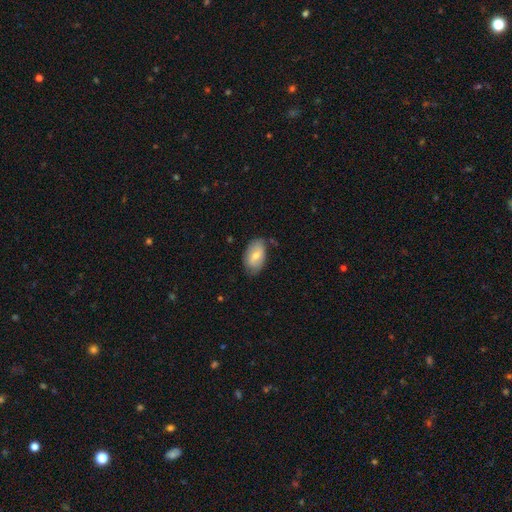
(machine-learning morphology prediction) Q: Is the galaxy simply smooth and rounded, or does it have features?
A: smooth — 72%.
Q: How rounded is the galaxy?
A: in between — 93%.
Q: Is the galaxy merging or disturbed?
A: none — 72%.